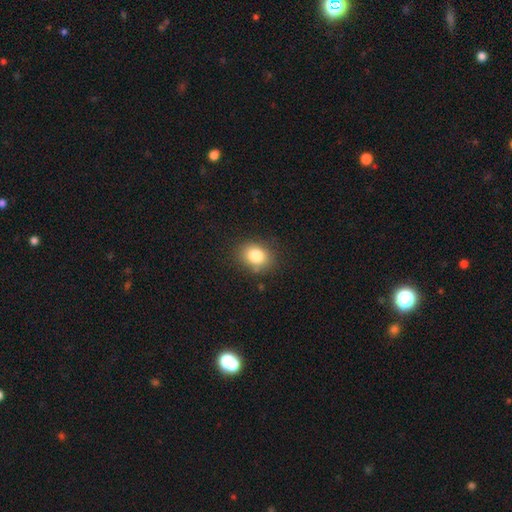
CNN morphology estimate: The model was most divided on "how rounded": in between: 53%, round: 46%, cigar-shaped: 1%. More confident: merging — none (84%); smooth or featured — smooth (82%).